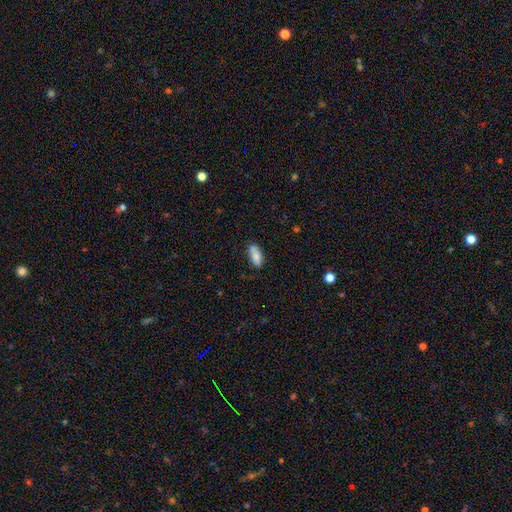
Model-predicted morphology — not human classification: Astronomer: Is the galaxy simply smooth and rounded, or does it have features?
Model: smooth — 80%.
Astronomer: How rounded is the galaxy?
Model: in between — 81%.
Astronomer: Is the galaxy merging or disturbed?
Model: none — 76%.